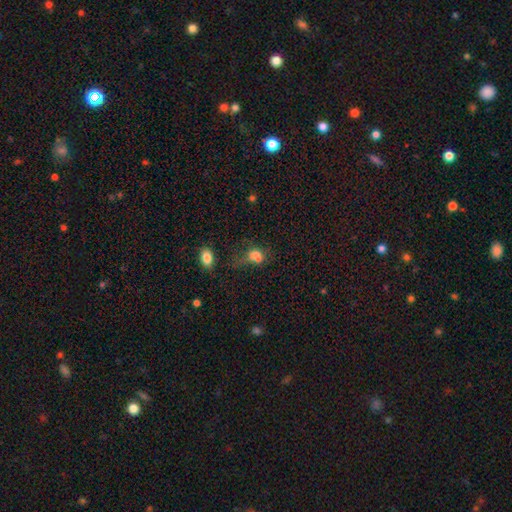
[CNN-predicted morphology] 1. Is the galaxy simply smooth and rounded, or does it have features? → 72% smooth, 15% star or artifact, 14% featured or disk.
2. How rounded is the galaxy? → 58% in between, 39% round, 3% cigar-shaped.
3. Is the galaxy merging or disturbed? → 38% merger, 27% none, 19% major disturbance, 16% minor disturbance.